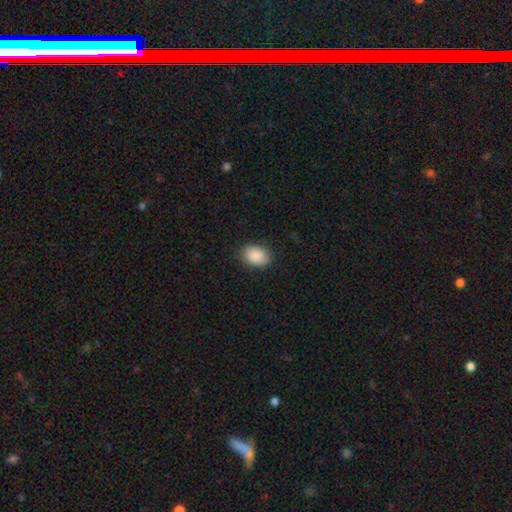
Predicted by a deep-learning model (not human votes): This is clearly a smooth galaxy (90%). How rounded: likely in between (80%). Merging: clearly none (84%).